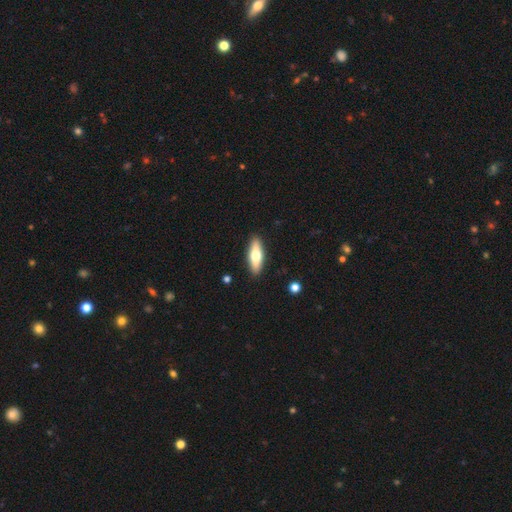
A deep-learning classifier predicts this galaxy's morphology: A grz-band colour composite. It shows a smooth galaxy with no disk features (60%) that is in between round and cigar-shaped (56%). Merging: none (90%).